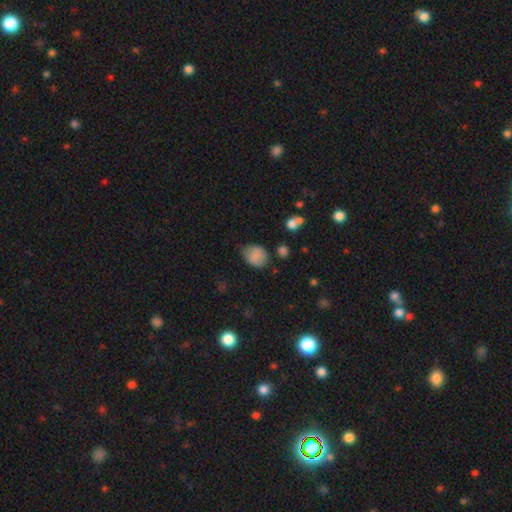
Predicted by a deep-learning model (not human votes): Smooth or featured?
  - smooth: 82% *
  - star or artifact: 10%
  - featured or disk: 8%
How rounded?
  - in between: 57% *
  - round: 42%
  - cigar-shaped: 1%
Merging?
  - none: 62% *
  - minor disturbance: 29%
  - major disturbance: 7%
  - merger: 3%